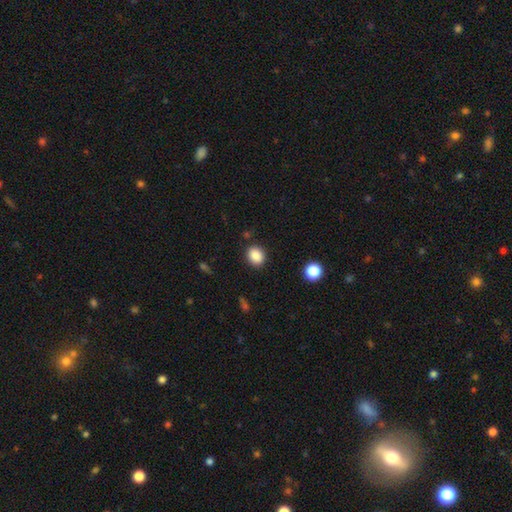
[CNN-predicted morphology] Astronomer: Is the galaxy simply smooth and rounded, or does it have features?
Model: smooth — 87%.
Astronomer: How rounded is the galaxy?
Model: round — 62%.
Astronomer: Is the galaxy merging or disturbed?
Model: none — 87%.